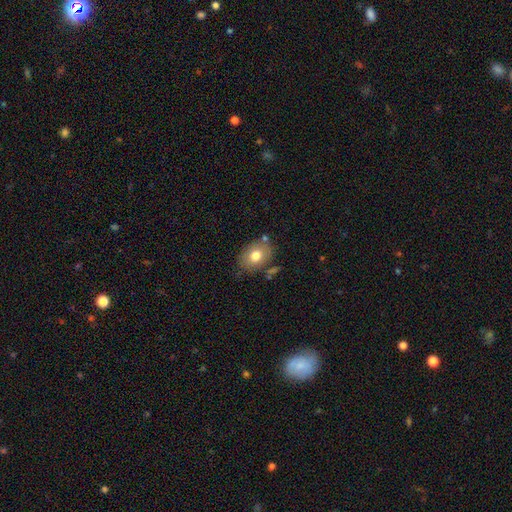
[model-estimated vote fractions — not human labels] Smooth or featured: smooth — 74% (featured or disk — 18%)
How rounded: in between — 69% (round — 30%)
Merging: none — 73% (minor disturbance — 16%)